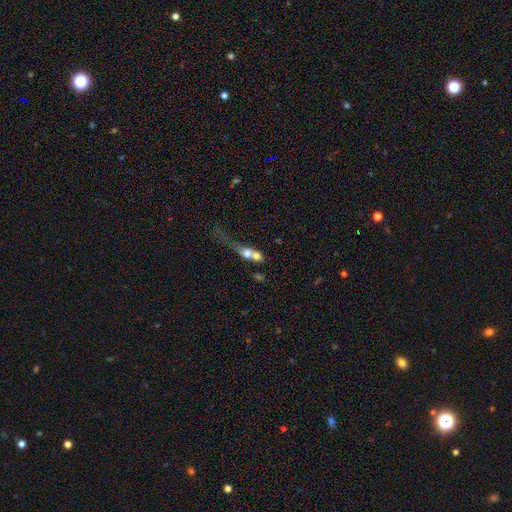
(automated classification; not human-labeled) This appears to be a smooth galaxy with no disk features (59%) that is round (46%). Merging: merger (67%).